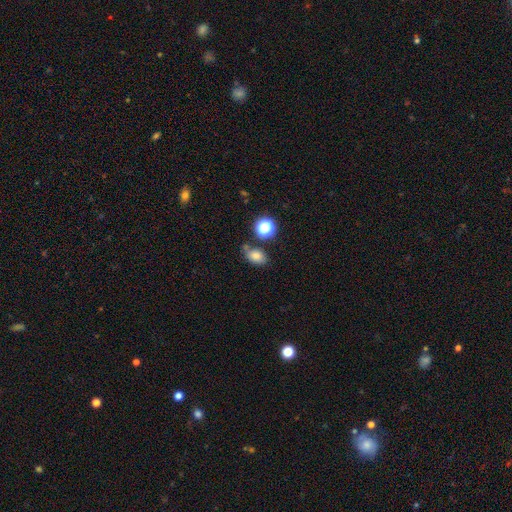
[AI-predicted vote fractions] Smooth or featured? Predicted: smooth (p=0.74). How rounded? Predicted: in between (p=0.70). Merging? Predicted: none (p=0.68).